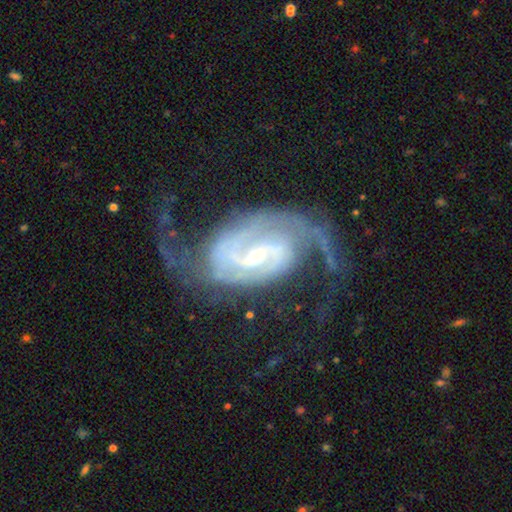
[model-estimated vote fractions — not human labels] smooth_or_featured: featured or disk (p=0.91) [alt: star or artifact p=0.05]
disk_edge_on: no (p=0.97) [alt: yes p=0.03]
bar: weak (p=0.53) [alt: strong p=0.24]
has_spiral_arms: yes (p=0.98) [alt: no p=0.02]
spiral_winding: medium (p=0.46) [alt: tight p=0.31]
spiral_arm_count: 2 (p=0.77) [alt: can't tell p=0.07]
bulge_size: small (p=0.59) [alt: moderate p=0.35]
merging: none (p=0.55) [alt: major disturbance p=0.25]